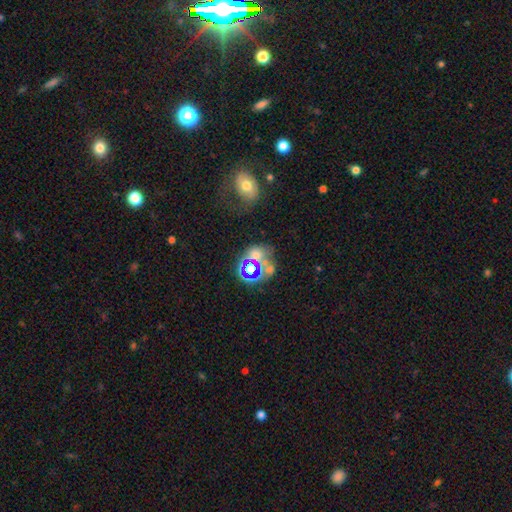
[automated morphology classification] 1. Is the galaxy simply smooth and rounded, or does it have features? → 41% smooth, 35% star or artifact, 24% featured or disk.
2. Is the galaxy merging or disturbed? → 39% none, 30% merger, 16% major disturbance, 14% minor disturbance.